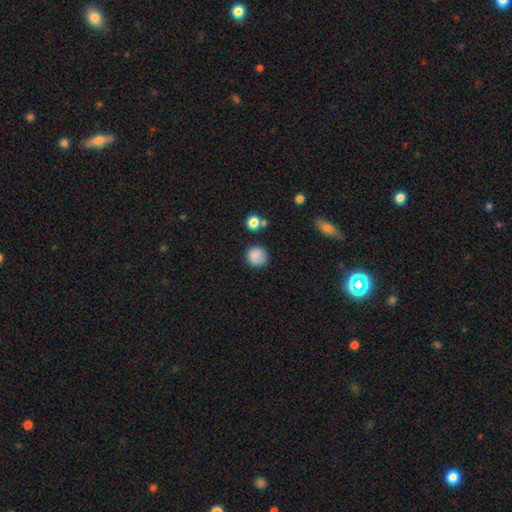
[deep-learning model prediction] Overall: smooth (84%). How rounded: round (88%). Merging: none (75%).